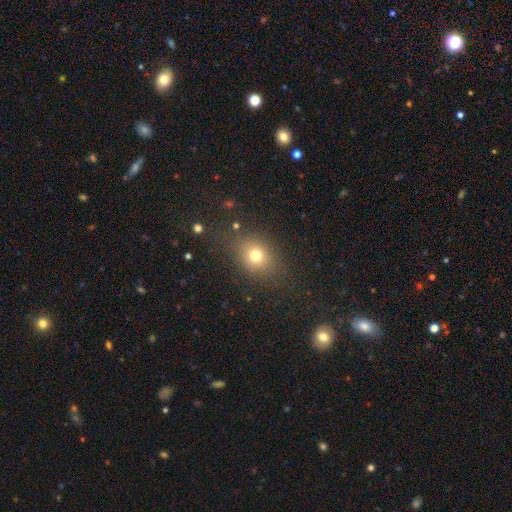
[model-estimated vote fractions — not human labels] A smooth galaxy with no disk features (74%) that is round (50%).

Vote fractions:
- Smooth or featured? smooth: 74% / star or artifact: 15% / featured or disk: 11%
- How rounded? round: 50% / in between: 48% / cigar-shaped: 2%
- Merging? none: 77% / minor disturbance: 14% / major disturbance: 7% / merger: 2%